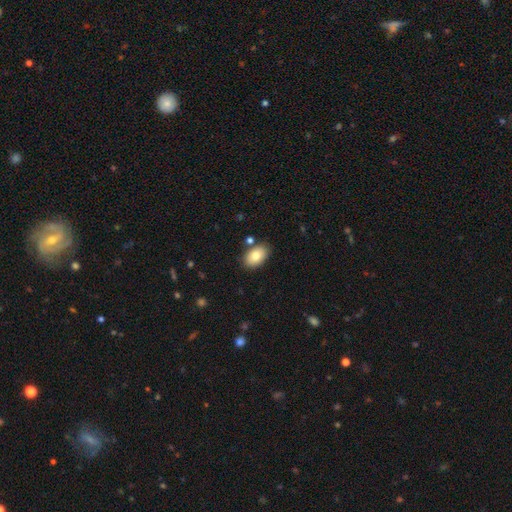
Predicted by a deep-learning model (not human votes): The model was most divided on "smooth or featured": smooth: 82%, featured or disk: 11%, star or artifact: 7%. More confident: how rounded — in between (92%); merging — none (83%).